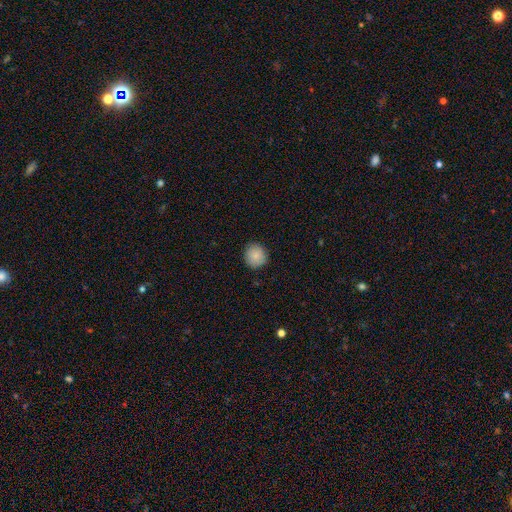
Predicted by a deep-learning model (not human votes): Smooth or featured?
  - smooth: 85% *
  - star or artifact: 8%
  - featured or disk: 7%
How rounded?
  - round: 91% *
  - in between: 8%
  - cigar-shaped: 1%
Merging?
  - none: 88% *
  - minor disturbance: 9%
  - major disturbance: 2%
  - merger: 1%